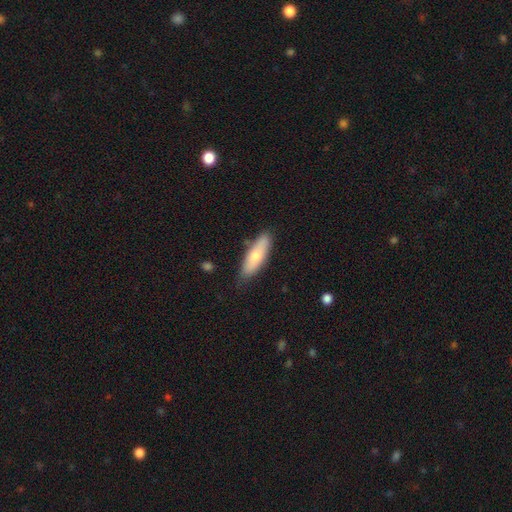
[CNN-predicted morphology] smooth_or_featured: smooth (p=0.69) [alt: featured or disk p=0.25]
how_rounded: in between (p=0.53) [alt: cigar-shaped p=0.45]
merging: none (p=0.76) [alt: minor disturbance p=0.18]